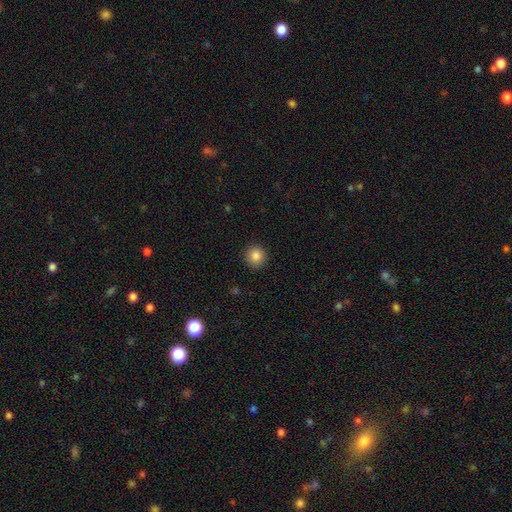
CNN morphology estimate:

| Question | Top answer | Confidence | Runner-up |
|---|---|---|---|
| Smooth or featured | smooth | 85% | star or artifact (10%) |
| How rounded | round | 94% | in between (5%) |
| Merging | none | 92% | minor disturbance (6%) |